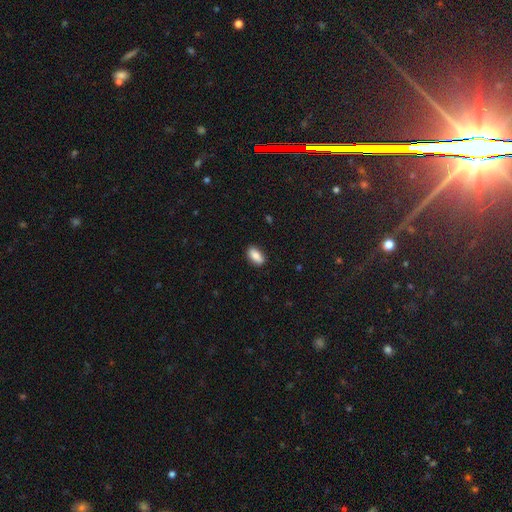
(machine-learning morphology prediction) Q: Smooth or featured?
A: smooth (84%); runner-up: featured or disk (9%)
Q: How rounded?
A: in between (90%); runner-up: cigar-shaped (7%)
Q: Merging?
A: none (86%); runner-up: minor disturbance (10%)